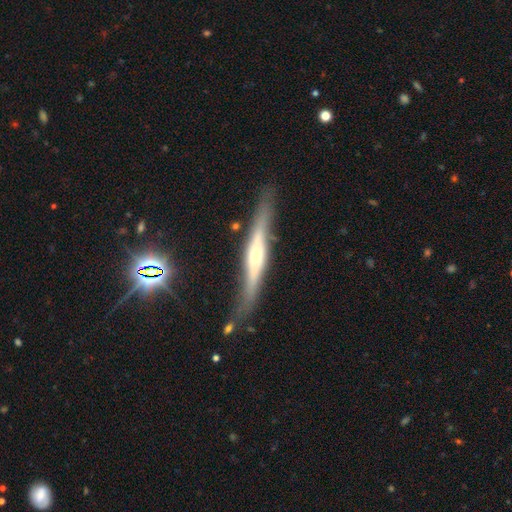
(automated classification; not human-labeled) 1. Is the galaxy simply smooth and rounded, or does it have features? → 69% featured or disk, 24% smooth, 7% star or artifact.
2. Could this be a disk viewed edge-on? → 92% yes, 8% no.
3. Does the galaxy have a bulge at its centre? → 69% rounded, 17% boxy, 14% none.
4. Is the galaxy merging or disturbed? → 77% none, 16% minor disturbance, 5% major disturbance, 3% merger.